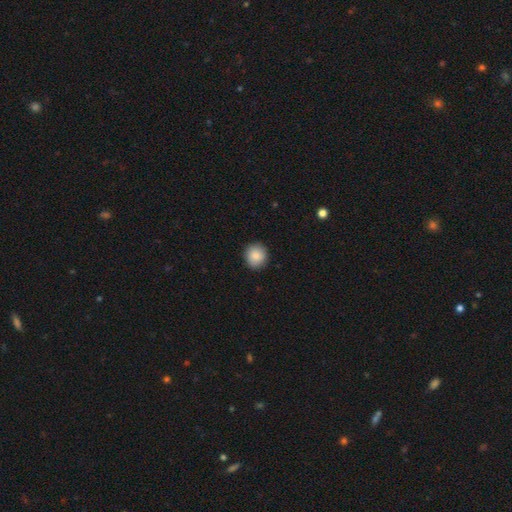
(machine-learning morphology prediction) Smooth or featured?
  - smooth: 87% *
  - star or artifact: 8%
  - featured or disk: 5%
How rounded?
  - round: 85% *
  - in between: 14%
  - cigar-shaped: 1%
Merging?
  - none: 90% *
  - minor disturbance: 7%
  - major disturbance: 2%
  - merger: 1%